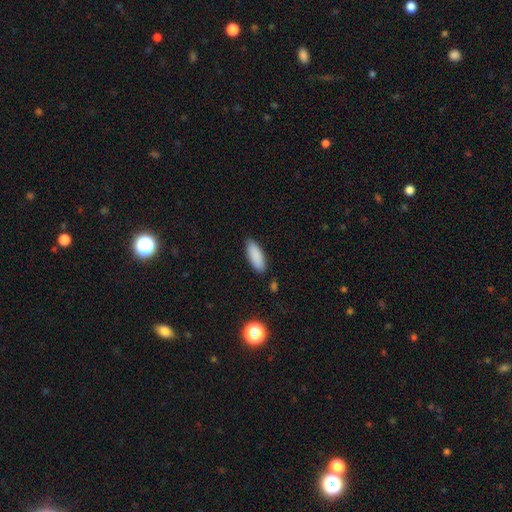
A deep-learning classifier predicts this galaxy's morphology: Smooth or featured: smooth — 89% (star or artifact — 7%)
How rounded: in between — 72% (cigar-shaped — 27%)
Merging: none — 86% (minor disturbance — 10%)